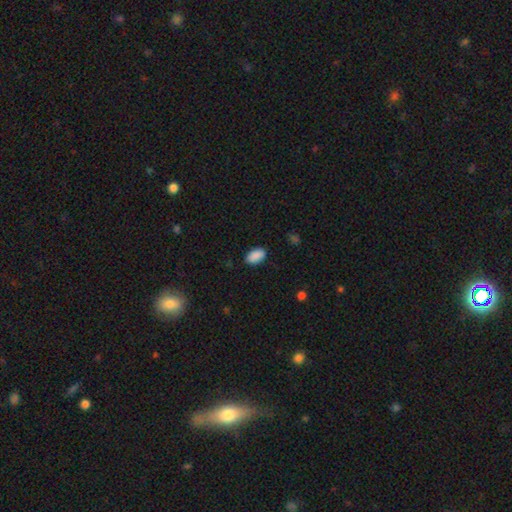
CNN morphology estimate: Smooth or featured? Predicted: smooth (p=0.90). How rounded? Predicted: in between (p=0.94). Merging? Predicted: none (p=0.88).